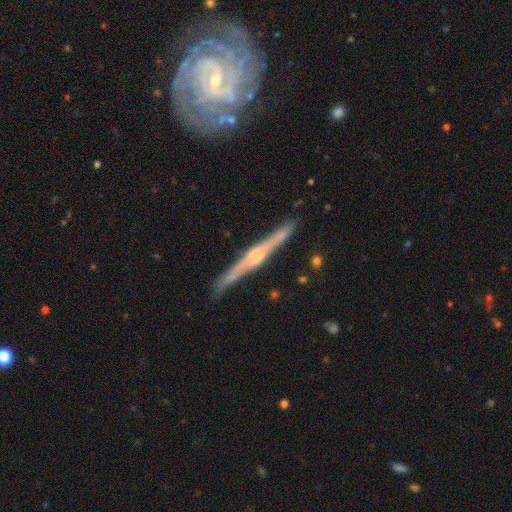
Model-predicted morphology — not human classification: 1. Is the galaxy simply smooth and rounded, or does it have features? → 83% featured or disk, 12% smooth, 5% star or artifact.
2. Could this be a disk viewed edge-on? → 98% yes, 2% no.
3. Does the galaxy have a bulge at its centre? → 75% rounded, 13% none, 12% boxy.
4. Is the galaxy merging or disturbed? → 88% none, 8% minor disturbance, 2% major disturbance, 2% merger.